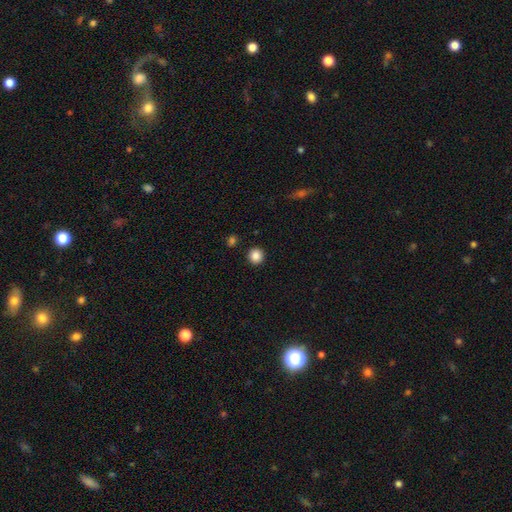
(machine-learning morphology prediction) This is clearly a smooth galaxy (86%). How rounded: clearly round (94%). Merging: clearly none (92%).